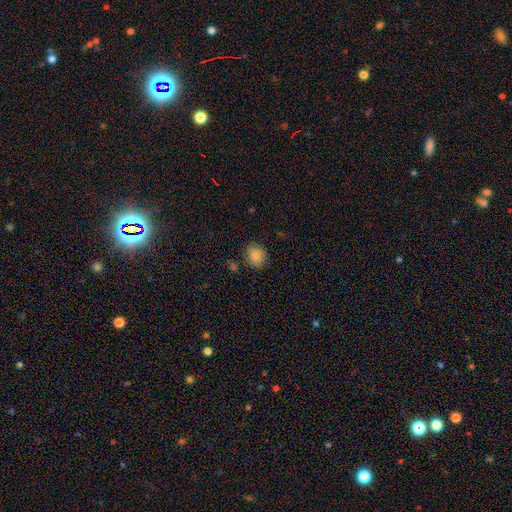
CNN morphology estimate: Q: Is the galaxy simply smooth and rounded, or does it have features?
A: smooth — 85%.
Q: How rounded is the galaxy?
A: round — 53%.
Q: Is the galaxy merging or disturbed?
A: none — 78%.